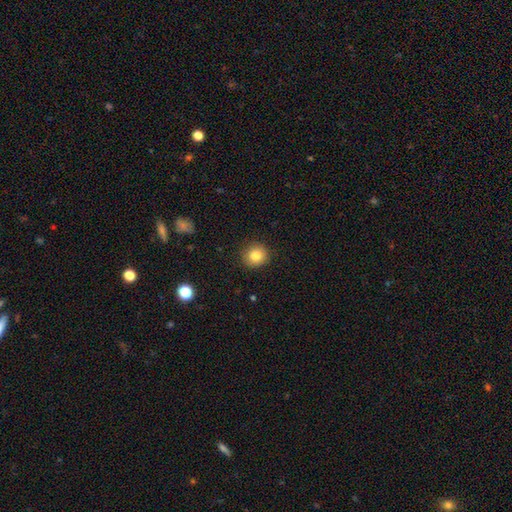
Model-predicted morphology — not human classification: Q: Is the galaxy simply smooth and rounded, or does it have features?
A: smooth — 83%.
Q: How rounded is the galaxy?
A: round — 91%.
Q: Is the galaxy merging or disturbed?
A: none — 90%.